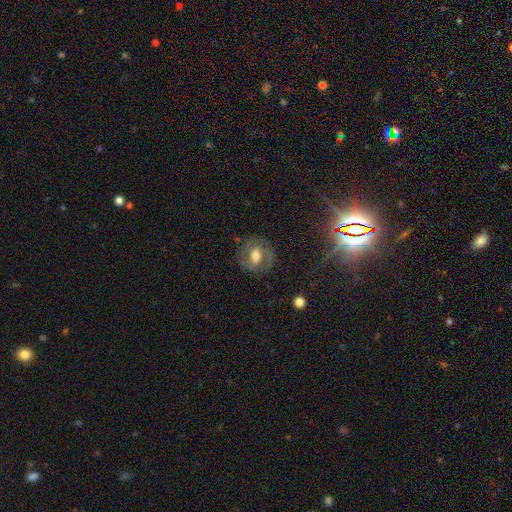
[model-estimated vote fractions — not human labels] Q: Smooth or featured?
A: featured or disk (57%); runner-up: smooth (35%)
Q: Edge-on disk?
A: no (95%); runner-up: yes (5%)
Q: Bar?
A: weak (42%); runner-up: no (36%)
Q: Spiral arms?
A: yes (63%); runner-up: no (37%)
Q: Bulge size?
A: moderate (66%); runner-up: large (17%)
Q: Merging?
A: none (78%); runner-up: minor disturbance (14%)